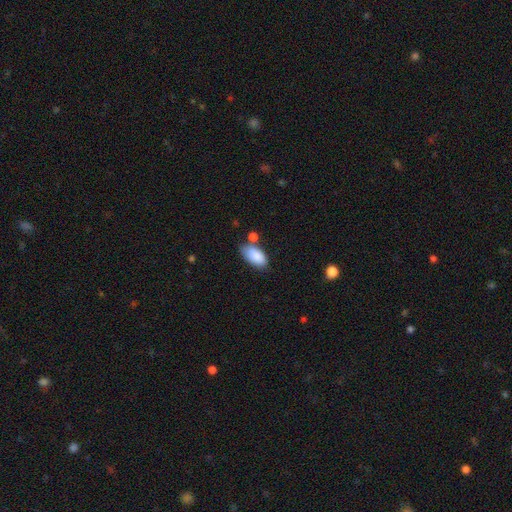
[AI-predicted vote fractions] Smooth or featured: smooth — 87% (star or artifact — 7%)
How rounded: in between — 93% (cigar-shaped — 4%)
Merging: none — 58% (minor disturbance — 21%)